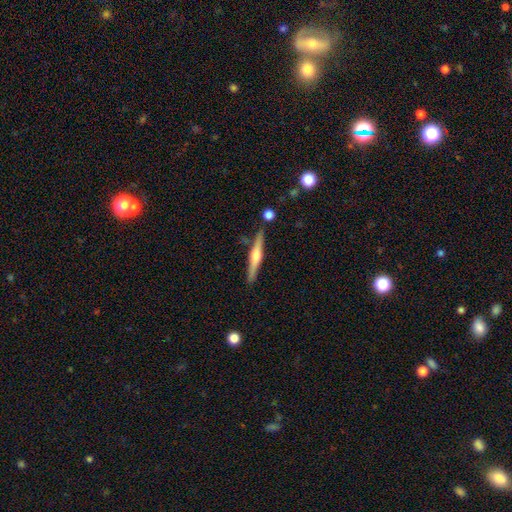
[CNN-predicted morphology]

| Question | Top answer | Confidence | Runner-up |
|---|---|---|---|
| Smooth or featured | featured or disk | 67% | smooth (27%) |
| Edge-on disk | yes | 98% | no (2%) |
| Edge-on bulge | rounded | 87% | boxy (8%) |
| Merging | none | 85% | minor disturbance (9%) |